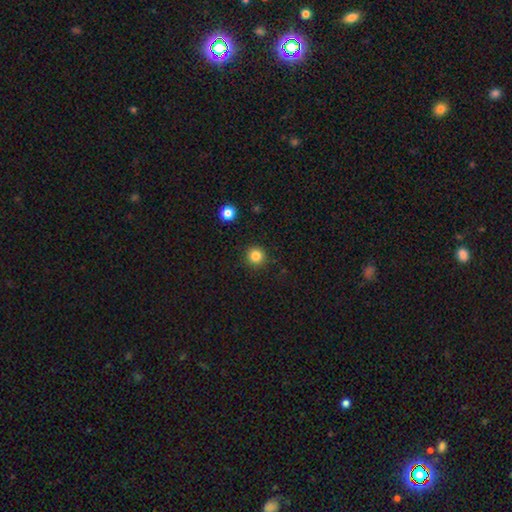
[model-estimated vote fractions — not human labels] smooth 83%, star or artifact 13%, featured or disk 4%. Down the decision tree: how rounded — round (95%); merging — none (91%).